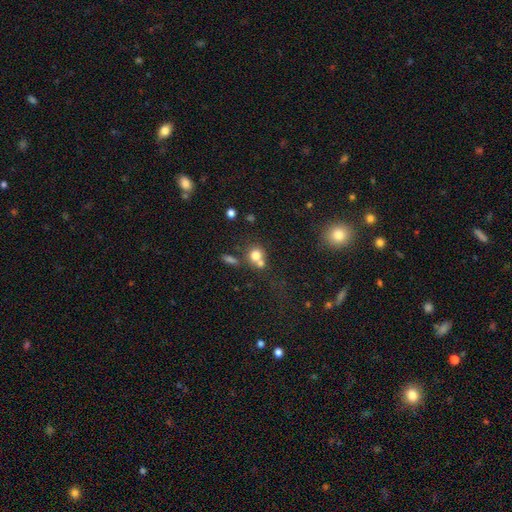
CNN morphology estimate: type=smooth (74%); roundness=round (81%); merging=none (44%).